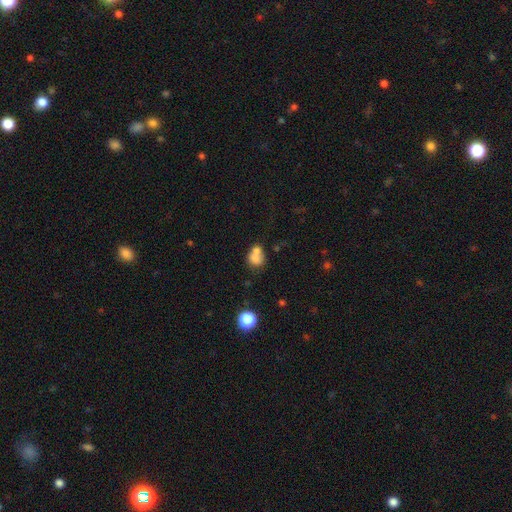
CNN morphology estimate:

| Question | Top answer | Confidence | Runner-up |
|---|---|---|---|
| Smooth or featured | smooth | 74% | featured or disk (15%) |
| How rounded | round | 58% | in between (41%) |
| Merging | merger | 55% | none (29%) |